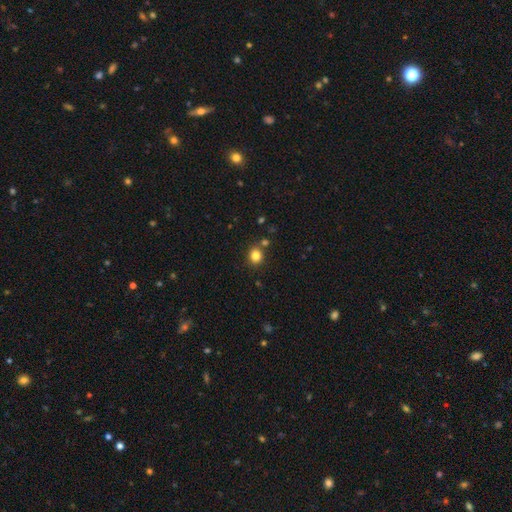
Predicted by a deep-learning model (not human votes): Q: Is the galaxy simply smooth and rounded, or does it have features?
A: smooth — 83%.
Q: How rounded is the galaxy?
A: round — 77%.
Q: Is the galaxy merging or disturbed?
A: none — 82%.